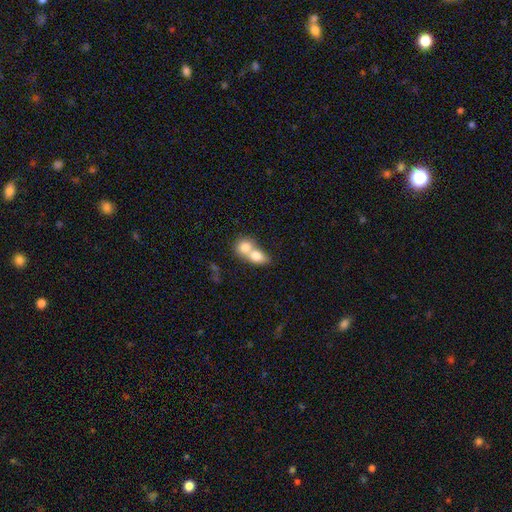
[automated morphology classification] Smooth or featured? Predicted: smooth (p=0.75). How rounded? Predicted: in between (p=0.54). Merging? Predicted: merger (p=0.77).